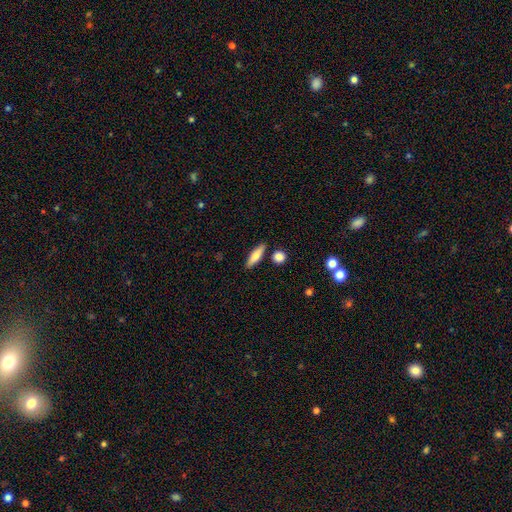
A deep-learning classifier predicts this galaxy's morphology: This appears to be a smooth galaxy with no disk features (70%) that is cigar-shaped (61%). Merging: none (83%).